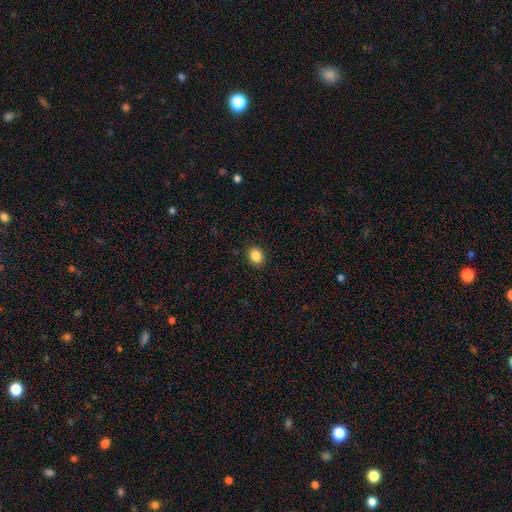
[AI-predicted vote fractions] Smooth or featured? Predicted: smooth (p=0.87). How rounded? Predicted: round (p=0.56). Merging? Predicted: none (p=0.90).